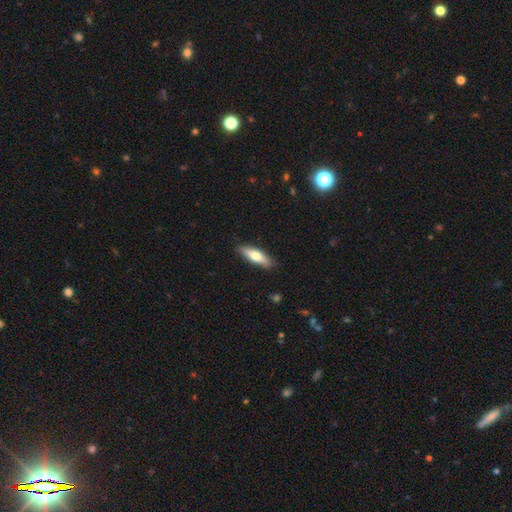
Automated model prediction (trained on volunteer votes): This appears to be a smooth galaxy with no disk features (61%) that is cigar-shaped (57%). Merging: none (87%).